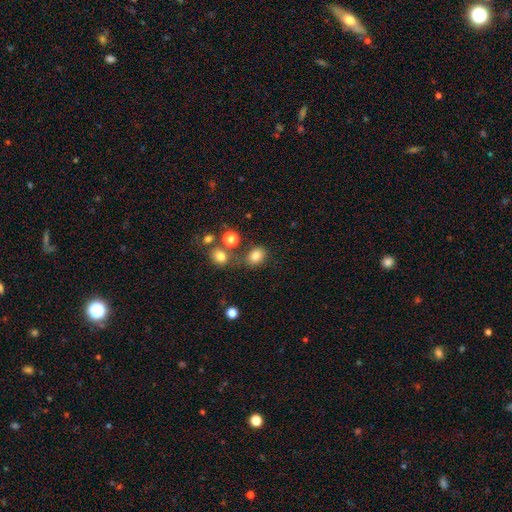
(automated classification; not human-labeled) Smooth or featured: smooth — 81% (star or artifact — 13%)
How rounded: in between — 52% (round — 47%)
Merging: none — 68% (minor disturbance — 14%)